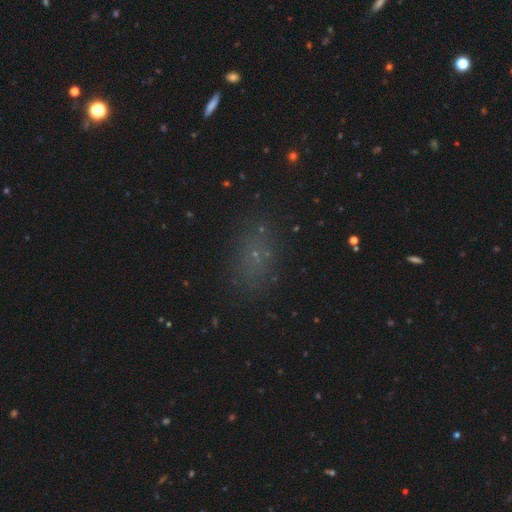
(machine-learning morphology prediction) Smooth or featured? Predicted: smooth (p=0.56). How rounded? Predicted: in between (p=0.71). Merging? Predicted: none (p=0.78).